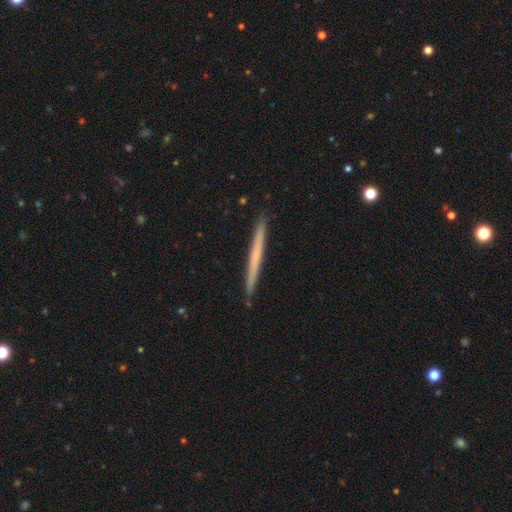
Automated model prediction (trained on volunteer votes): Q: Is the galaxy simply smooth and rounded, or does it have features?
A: featured or disk — 48%.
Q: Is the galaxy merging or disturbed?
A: none — 92%.